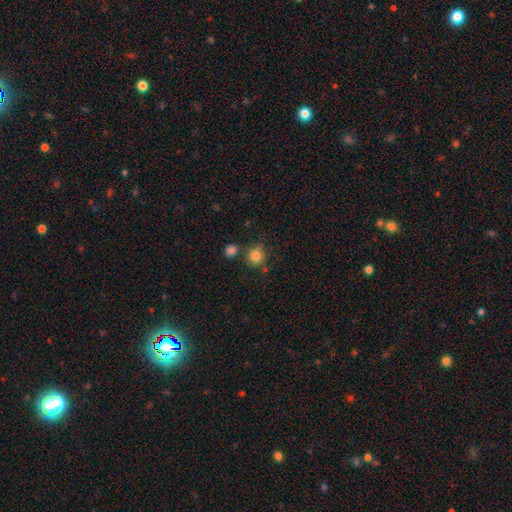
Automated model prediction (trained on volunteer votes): Morphology: type=smooth (82%); roundness=round (86%); merging=none (75%).